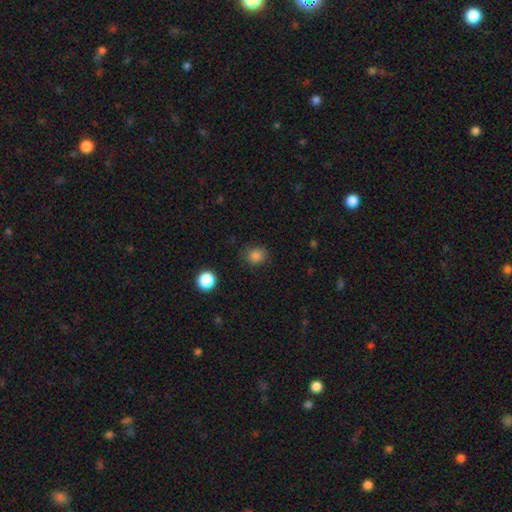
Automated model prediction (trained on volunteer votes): This is clearly a smooth galaxy (83%). How rounded: clearly round (81%). Merging: clearly none (83%).